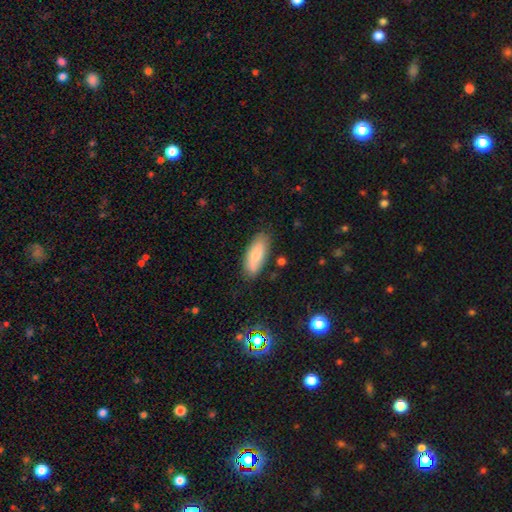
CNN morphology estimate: Q: Smooth or featured?
A: smooth (74%); runner-up: featured or disk (19%)
Q: How rounded?
A: in between (79%); runner-up: cigar-shaped (19%)
Q: Merging?
A: none (80%); runner-up: minor disturbance (15%)